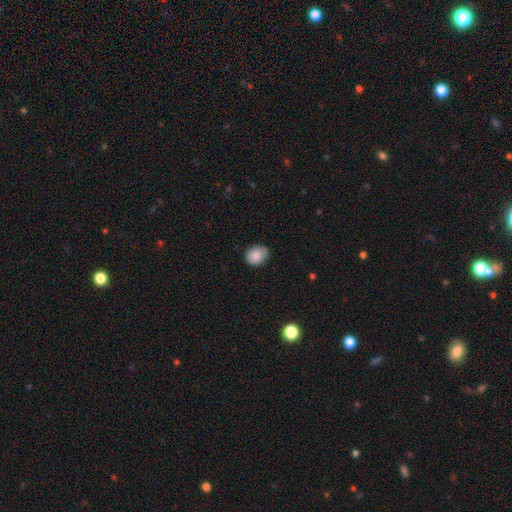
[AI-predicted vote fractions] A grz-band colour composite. It shows a smooth galaxy with no disk features (84%) that is in between round and cigar-shaped (53%). Merging: none (73%).